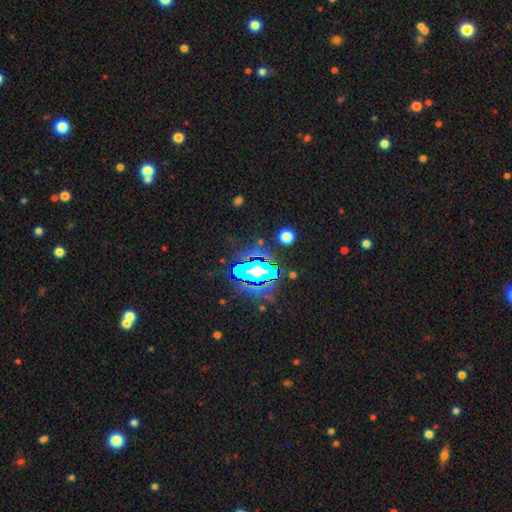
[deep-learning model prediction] Morphology: type=star or artifact (57%).